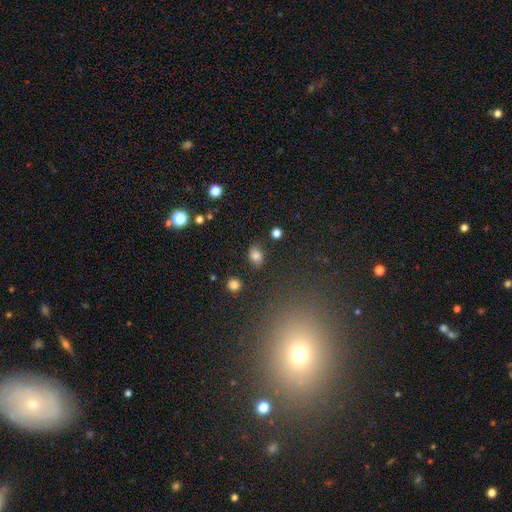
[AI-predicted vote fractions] This appears to be a smooth galaxy with no disk features (79%) that is in between round and cigar-shaped (67%). Merging: none (76%).